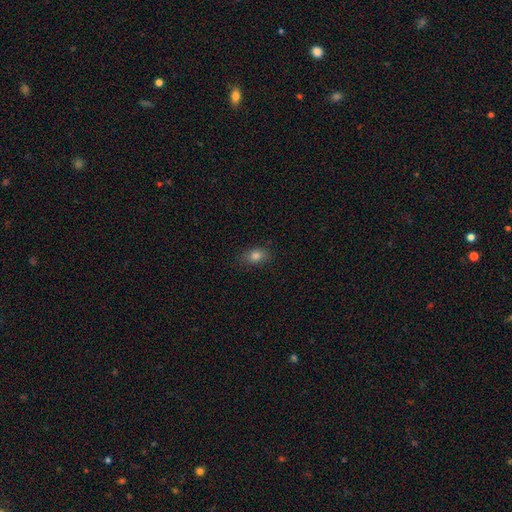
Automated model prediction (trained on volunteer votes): Overall: smooth (81%). How rounded: in between (73%). Merging: none (81%).